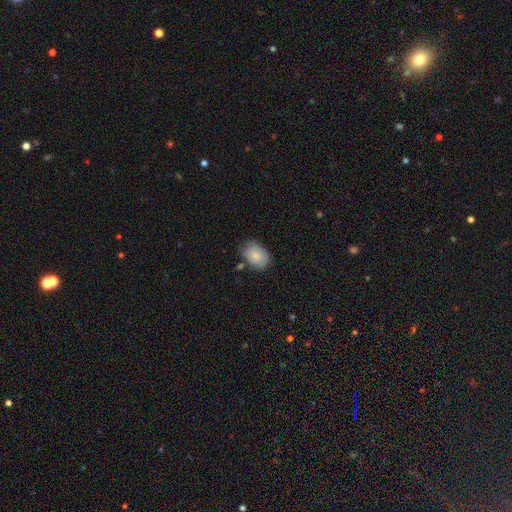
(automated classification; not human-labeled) smooth-or-featured: smooth: 79% | featured or disk: 15% | star or artifact: 7%
  how-rounded: in between: 82% | round: 17% | cigar-shaped: 1%
  merging: none: 67% | minor disturbance: 23% | major disturbance: 5% | merger: 5%